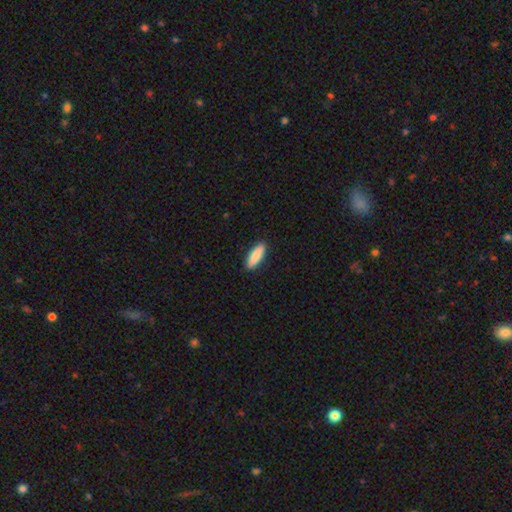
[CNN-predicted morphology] smooth-or-featured: smooth: 85% | featured or disk: 10% | star or artifact: 5%
  how-rounded: in between: 54% | cigar-shaped: 44% | round: 2%
  merging: none: 90% | minor disturbance: 8% | major disturbance: 2% | merger: 1%